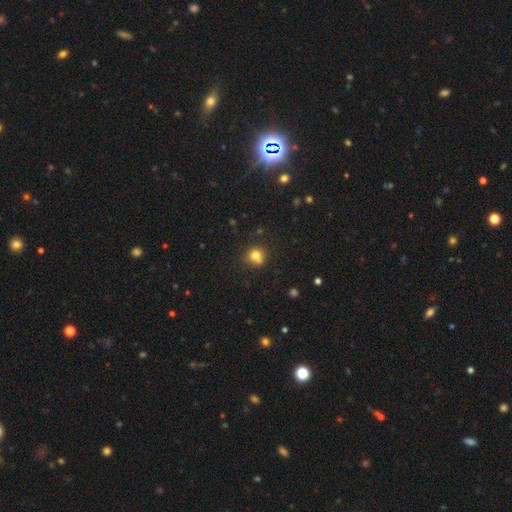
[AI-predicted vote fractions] Smooth or featured: smooth — 77% (star or artifact — 13%)
How rounded: round — 86% (in between — 13%)
Merging: none — 65% (merger — 17%)